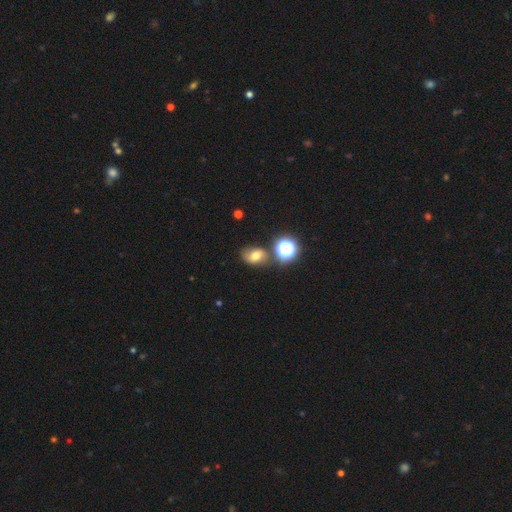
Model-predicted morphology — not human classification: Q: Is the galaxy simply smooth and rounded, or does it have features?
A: smooth — 59%.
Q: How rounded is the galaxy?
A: in between — 69%.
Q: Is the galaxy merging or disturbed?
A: none — 65%.